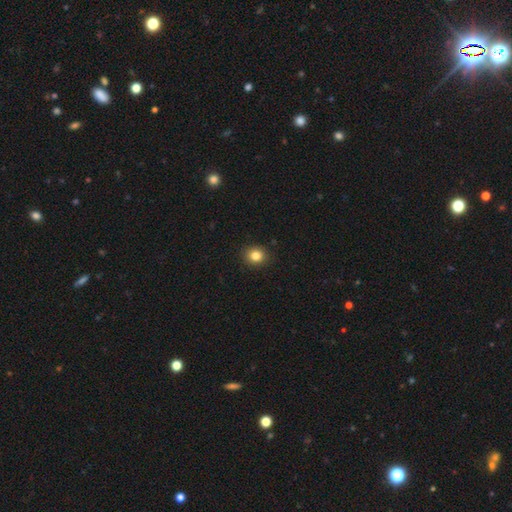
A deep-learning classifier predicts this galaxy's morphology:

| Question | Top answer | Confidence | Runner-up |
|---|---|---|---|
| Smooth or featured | smooth | 83% | star or artifact (11%) |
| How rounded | round | 77% | in between (22%) |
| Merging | none | 91% | minor disturbance (7%) |